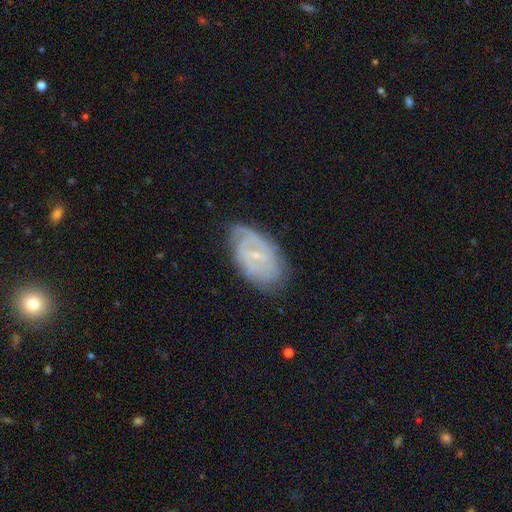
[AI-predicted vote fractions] Smooth or featured?
  - featured or disk: 77% *
  - smooth: 15%
  - star or artifact: 8%
Edge-on disk?
  - no: 95% *
  - yes: 5%
Bar?
  - weak: 50% *
  - no: 35%
  - strong: 15%
Spiral arms?
  - yes: 90% *
  - no: 10%
Spiral winding?
  - tight: 59% *
  - medium: 32%
  - loose: 9%
Spiral arm count?
  - 2: 39% *
  - can't tell: 35%
  - 3: 12%
  - 1: 5%
  - 4: 5%
  - more than 4: 4%
Bulge size?
  - small: 79% *
  - moderate: 14%
  - none: 5%
  - large: 1%
  - dominant: 1%
Merging?
  - none: 71% *
  - minor disturbance: 21%
  - major disturbance: 6%
  - merger: 1%